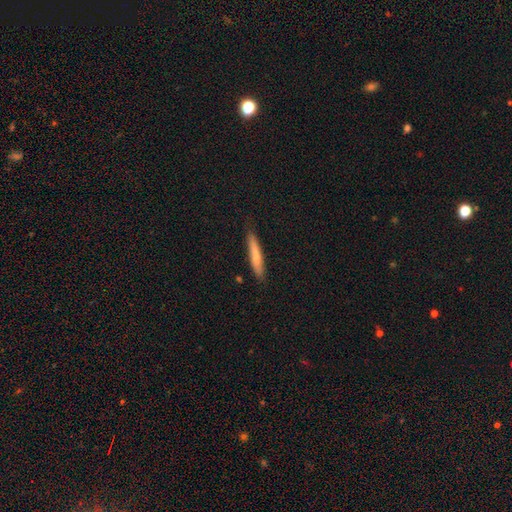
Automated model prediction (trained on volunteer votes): This appears to be a smooth galaxy with no disk features (72%) that is cigar-shaped (92%). Merging: none (83%).